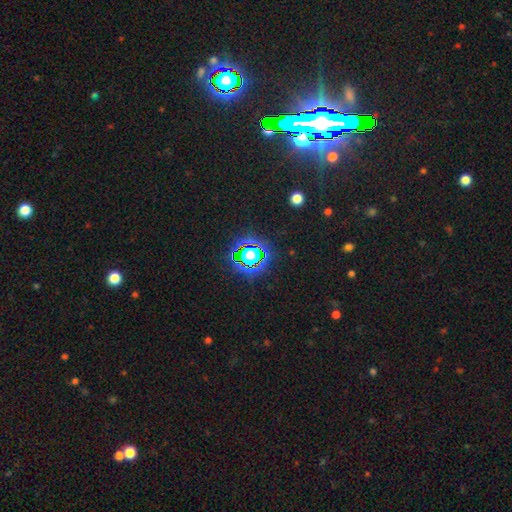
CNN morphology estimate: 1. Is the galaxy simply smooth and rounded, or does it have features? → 67% star or artifact, 22% smooth, 10% featured or disk.